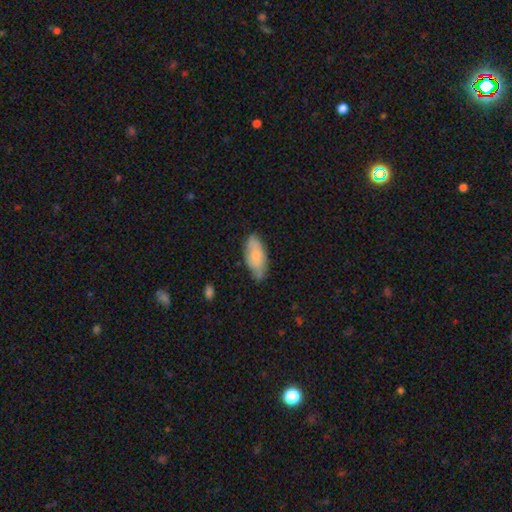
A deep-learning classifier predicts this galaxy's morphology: Smooth or featured?
  - smooth: 69% *
  - featured or disk: 25%
  - star or artifact: 7%
How rounded?
  - in between: 88% *
  - cigar-shaped: 10%
  - round: 2%
Merging?
  - none: 62% *
  - minor disturbance: 30%
  - major disturbance: 6%
  - merger: 2%